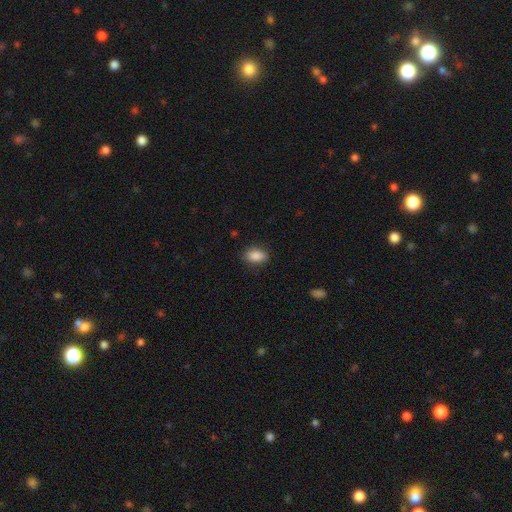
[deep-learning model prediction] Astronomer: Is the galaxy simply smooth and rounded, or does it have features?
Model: smooth — 87%.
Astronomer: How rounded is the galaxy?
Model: in between — 88%.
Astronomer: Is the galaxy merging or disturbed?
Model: none — 84%.